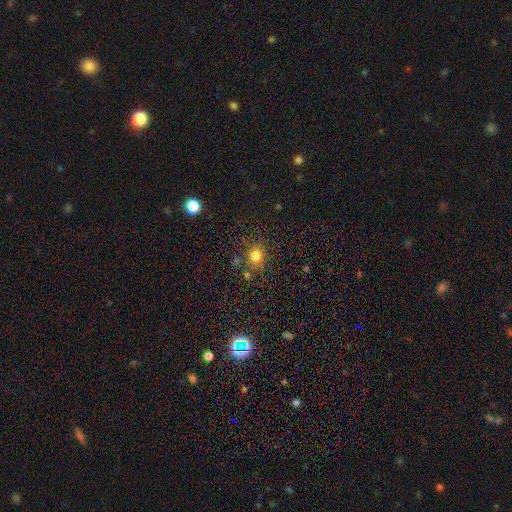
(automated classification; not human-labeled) Smooth or featured? smooth (77%)
How rounded? round (80%)
Merging? none (77%)